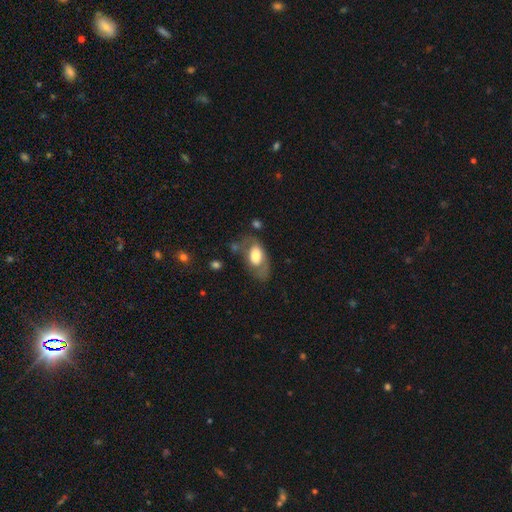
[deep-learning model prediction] smooth-or-featured: smooth: 61% | featured or disk: 33% | star or artifact: 6%
  how-rounded: in between: 90% | round: 7% | cigar-shaped: 2%
  merging: none: 49% | minor disturbance: 26% | major disturbance: 20% | merger: 5%